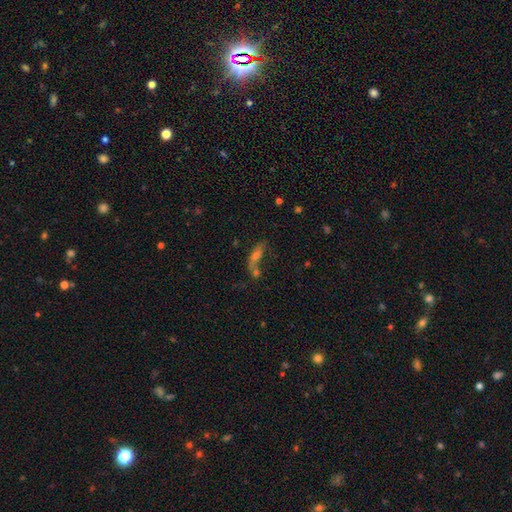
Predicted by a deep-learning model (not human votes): Smooth or featured?
  - smooth: 49% *
  - featured or disk: 30%
  - star or artifact: 21%
Merging?
  - none: 36% * (tied)
  - merger: 36% * (tied)
  - major disturbance: 14%
  - minor disturbance: 14%